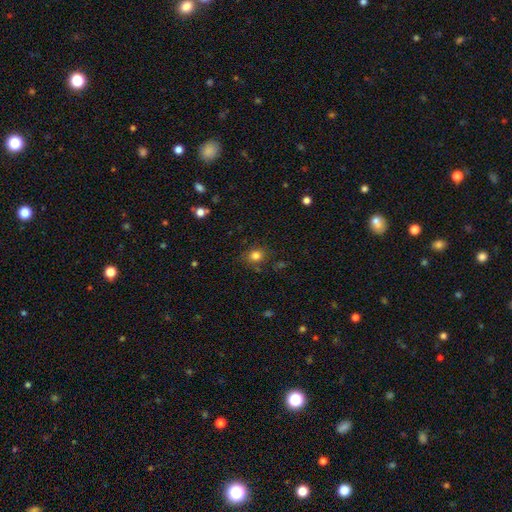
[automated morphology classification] smooth-or-featured: smooth: 80% | star or artifact: 13% | featured or disk: 7%
  how-rounded: round: 69% | in between: 30% | cigar-shaped: 1%
  merging: none: 78% | minor disturbance: 15% | major disturbance: 5% | merger: 2%